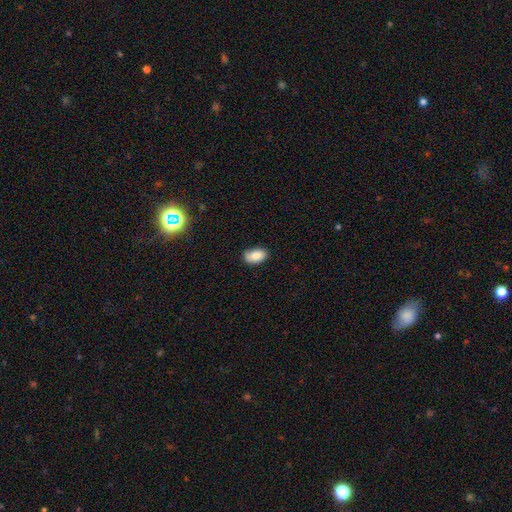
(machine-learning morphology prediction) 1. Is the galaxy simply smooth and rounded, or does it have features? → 86% smooth, 8% star or artifact, 6% featured or disk.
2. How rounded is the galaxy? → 92% in between, 6% round, 2% cigar-shaped.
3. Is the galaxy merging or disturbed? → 72% none, 22% minor disturbance, 4% major disturbance, 2% merger.